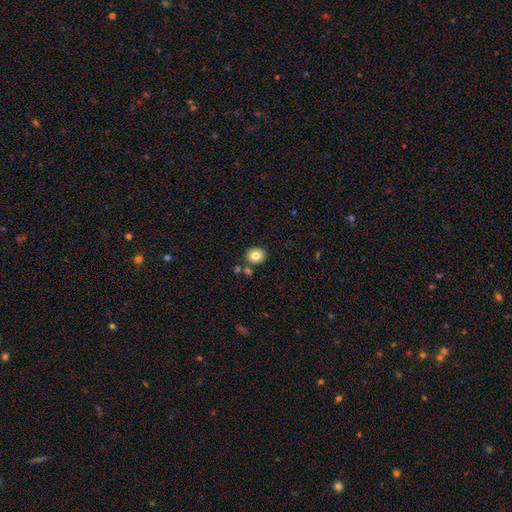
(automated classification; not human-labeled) This appears to be a smooth galaxy with no disk features (83%) that is round (75%). Merging: none (82%).